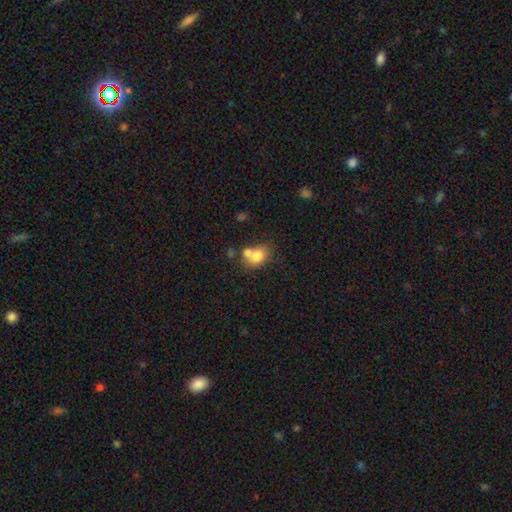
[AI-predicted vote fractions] smooth 75%, featured or disk 15%, star or artifact 10%. Down the decision tree: how rounded — in between (66%); merging — merger (47%).